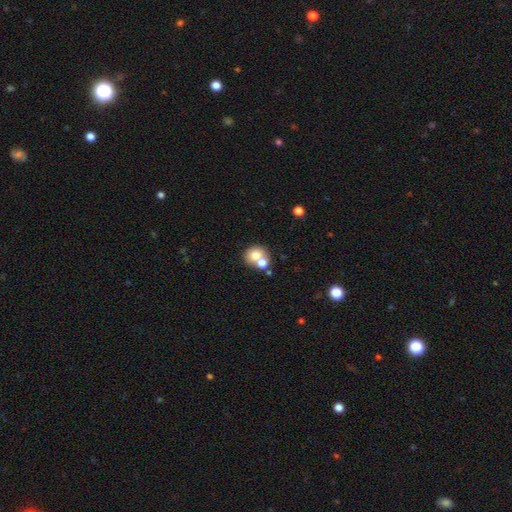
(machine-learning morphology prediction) Overall: smooth (71%). How rounded: round (77%). Merging: merger (47%; none 42%).